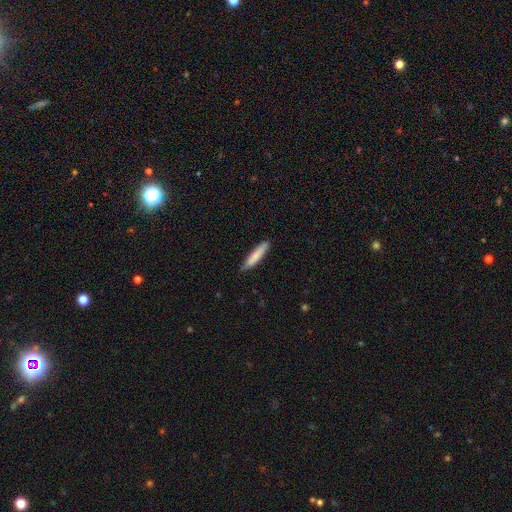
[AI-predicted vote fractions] smooth_or_featured: smooth (p=0.81) [alt: featured or disk p=0.13]
how_rounded: cigar-shaped (p=0.88) [alt: in between p=0.11]
merging: none (p=0.84) [alt: minor disturbance p=0.13]